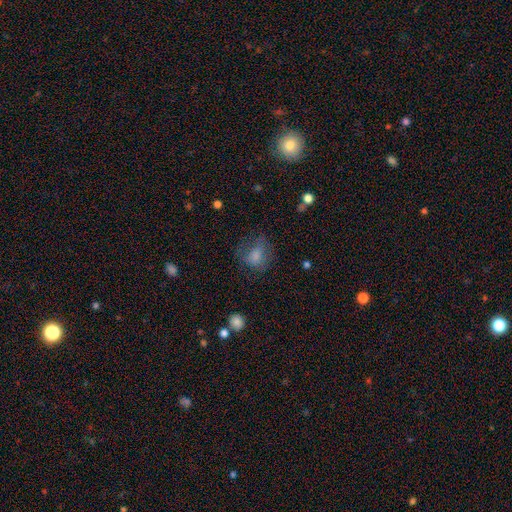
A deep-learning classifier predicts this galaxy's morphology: smooth 72%, featured or disk 16%, star or artifact 12%. Down the decision tree: how rounded — round (50%); merging — none (50%).